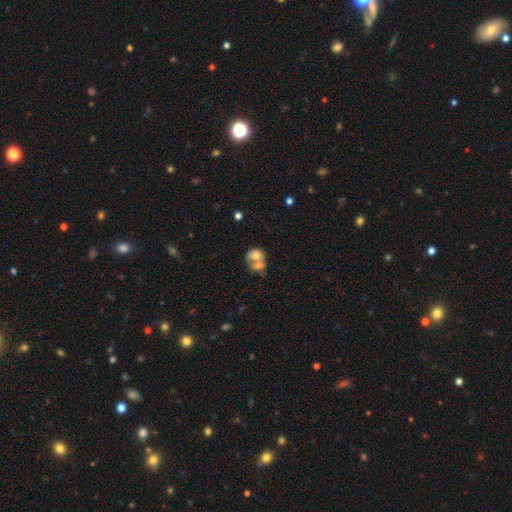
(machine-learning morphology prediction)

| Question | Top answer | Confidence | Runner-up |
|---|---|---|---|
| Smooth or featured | smooth | 65% | featured or disk (27%) |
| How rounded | round | 59% | in between (40%) |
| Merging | merger | 68% | none (17%) |